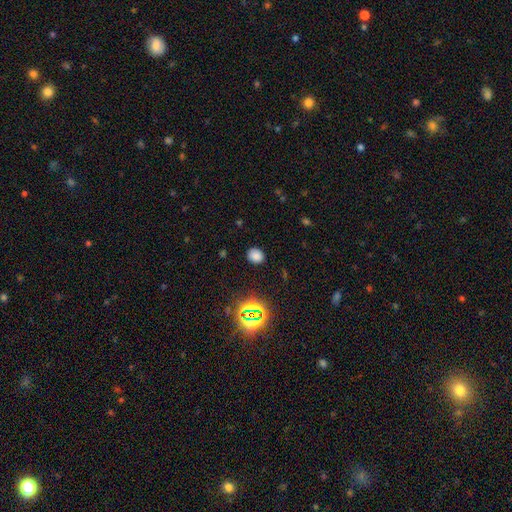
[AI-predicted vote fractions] Q: Smooth or featured?
A: smooth (73%); runner-up: star or artifact (21%)
Q: How rounded?
A: round (67%); runner-up: in between (32%)
Q: Merging?
A: none (86%); runner-up: minor disturbance (10%)